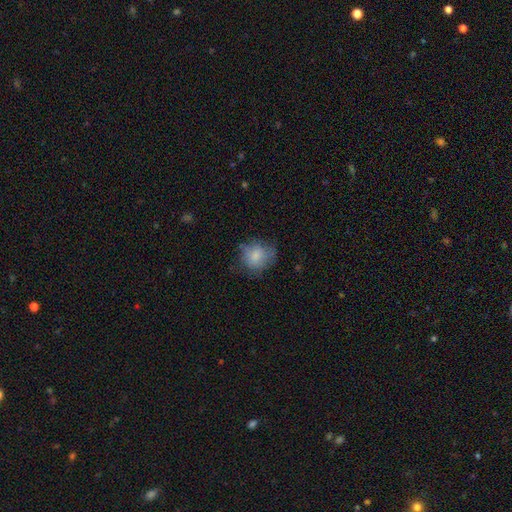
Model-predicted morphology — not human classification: A smooth galaxy with no disk features (75%) that is round (73%). Merging: none (60%).